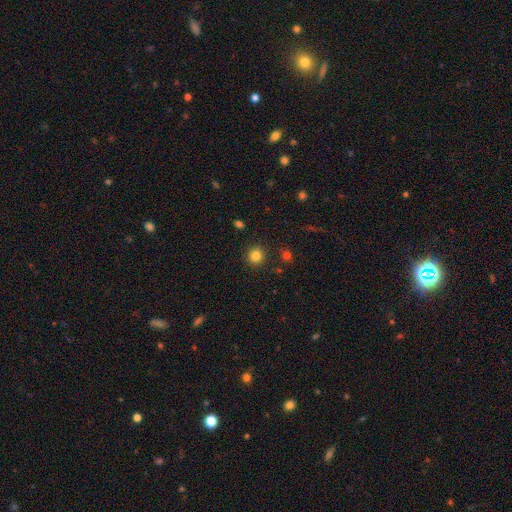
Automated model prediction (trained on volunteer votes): Q: Smooth or featured?
A: smooth (83%); runner-up: star or artifact (12%)
Q: How rounded?
A: round (90%); runner-up: in between (9%)
Q: Merging?
A: none (90%); runner-up: minor disturbance (6%)